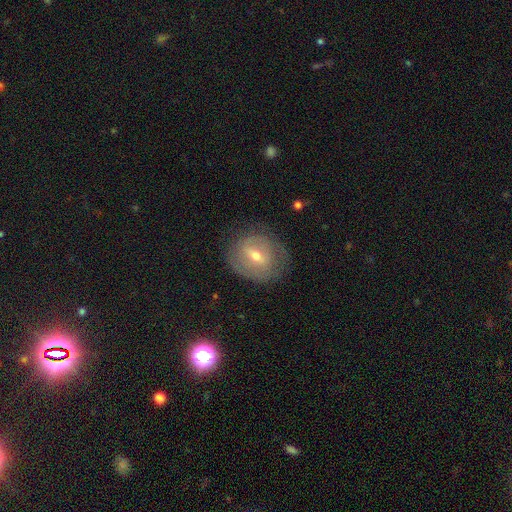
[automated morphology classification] Smooth or featured?
  - featured or disk: 64% *
  - smooth: 28%
  - star or artifact: 8%
Edge-on disk?
  - no: 94% *
  - yes: 6%
Bar?
  - weak: 49% *
  - strong: 31%
  - no: 21%
Spiral arms?
  - yes: 60% *
  - no: 40%
Bulge size?
  - moderate: 55% *
  - small: 41%
  - large: 2%
  - none: 1%
  - dominant: 1%
Merging?
  - none: 73% *
  - minor disturbance: 18%
  - major disturbance: 8%
  - merger: 1%